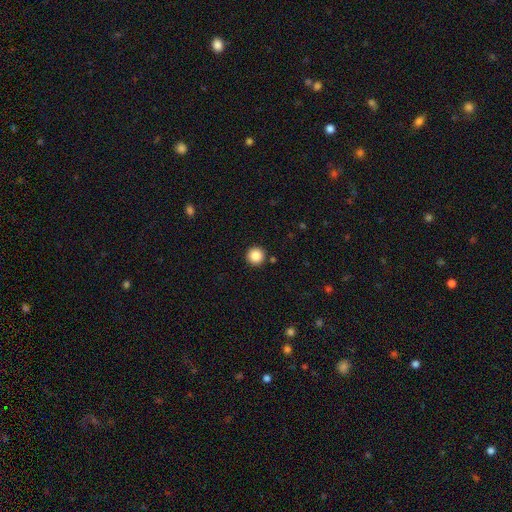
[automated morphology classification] smooth_or_featured: smooth (p=0.86) [alt: star or artifact p=0.10]
how_rounded: round (p=0.96) [alt: in between p=0.03]
merging: none (p=0.91) [alt: minor disturbance p=0.05]